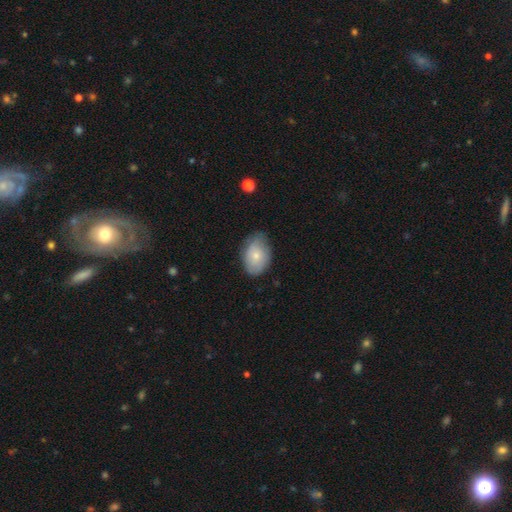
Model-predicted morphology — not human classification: smooth-or-featured: smooth: 73% | featured or disk: 21% | star or artifact: 6%
  how-rounded: in between: 83% | round: 16% | cigar-shaped: 1%
  merging: none: 67% | minor disturbance: 27% | major disturbance: 5% | merger: 1%